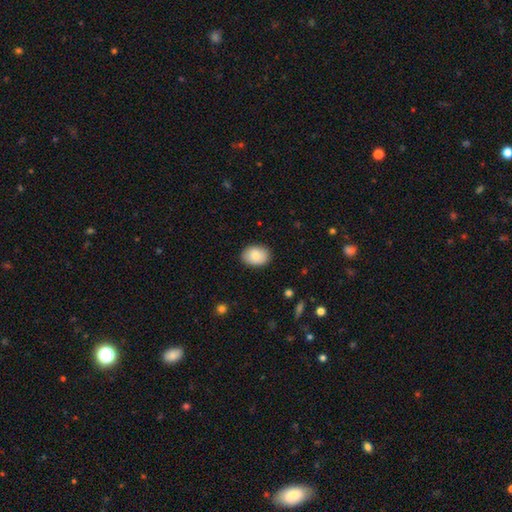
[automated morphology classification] Smooth or featured: smooth — 86% (featured or disk — 7%)
How rounded: in between — 75% (round — 24%)
Merging: none — 87% (minor disturbance — 10%)